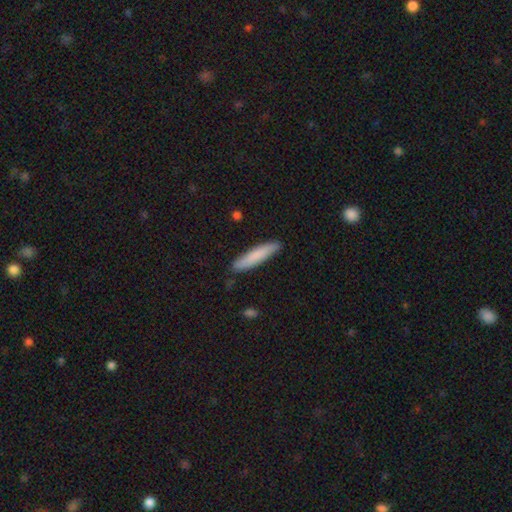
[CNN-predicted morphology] Overall: smooth (81%). How rounded: cigar-shaped (88%). Merging: none (87%).